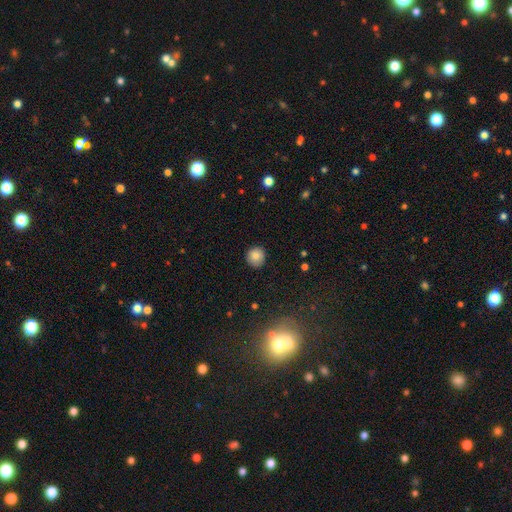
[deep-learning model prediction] A smooth galaxy with no disk features (84%) that is round (90%).

Vote fractions:
- Smooth or featured? smooth: 84% / star or artifact: 10% / featured or disk: 6%
- How rounded? round: 90% / in between: 9% / cigar-shaped: 1%
- Merging? none: 88% / minor disturbance: 9% / major disturbance: 2% / merger: 1%